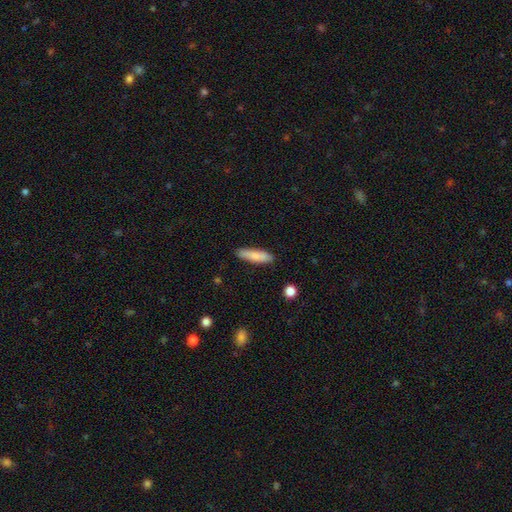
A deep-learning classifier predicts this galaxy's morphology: Smooth or featured: smooth — 84% (featured or disk — 10%)
How rounded: cigar-shaped — 70% (in between — 28%)
Merging: none — 85% (minor disturbance — 11%)